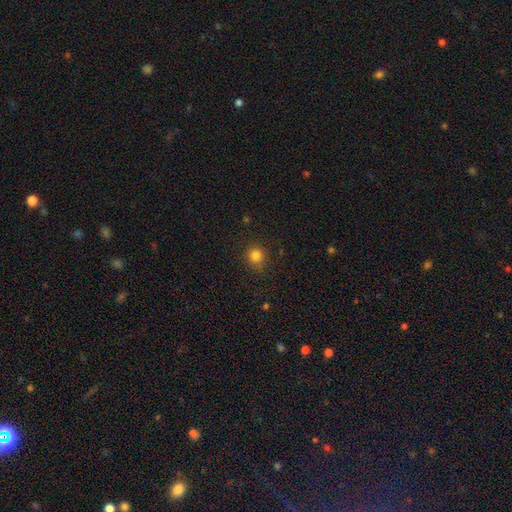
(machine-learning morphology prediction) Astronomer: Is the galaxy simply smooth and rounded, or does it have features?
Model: smooth — 82%.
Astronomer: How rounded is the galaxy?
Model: round — 91%.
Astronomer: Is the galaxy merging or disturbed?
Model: none — 87%.